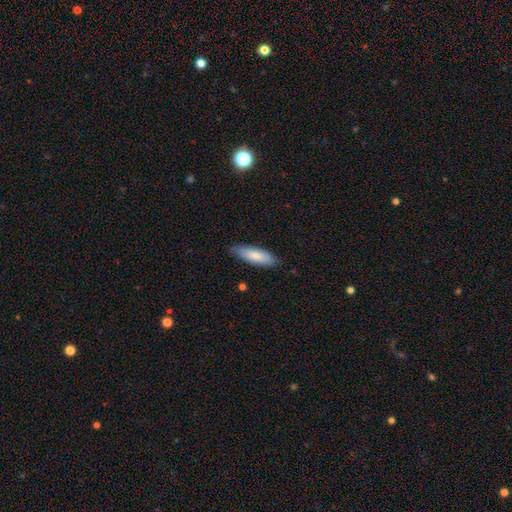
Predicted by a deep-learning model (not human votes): This is clearly a smooth galaxy (81%). How rounded: possibly in between (52%). Merging: clearly none (83%).